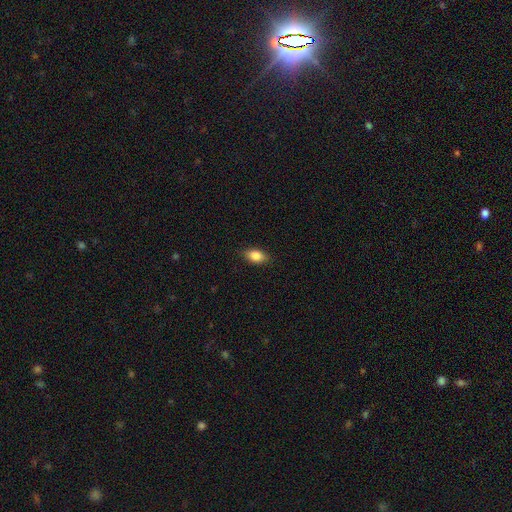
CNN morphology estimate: Smooth or featured?
  - smooth: 86% *
  - star or artifact: 8%
  - featured or disk: 6%
How rounded?
  - in between: 86% *
  - round: 11%
  - cigar-shaped: 4%
Merging?
  - none: 86% *
  - minor disturbance: 10%
  - major disturbance: 2%
  - merger: 1%